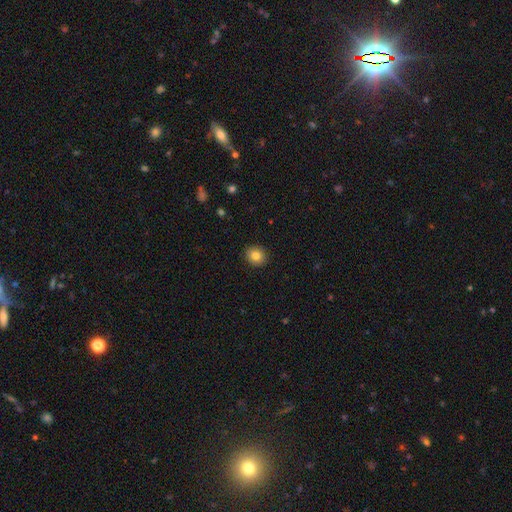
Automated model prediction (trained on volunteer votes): Smooth or featured?
  - smooth: 83% *
  - star or artifact: 9%
  - featured or disk: 8%
How rounded?
  - round: 79% *
  - in between: 20%
  - cigar-shaped: 1%
Merging?
  - none: 92% *
  - minor disturbance: 6%
  - major disturbance: 2%
  - merger: 1%